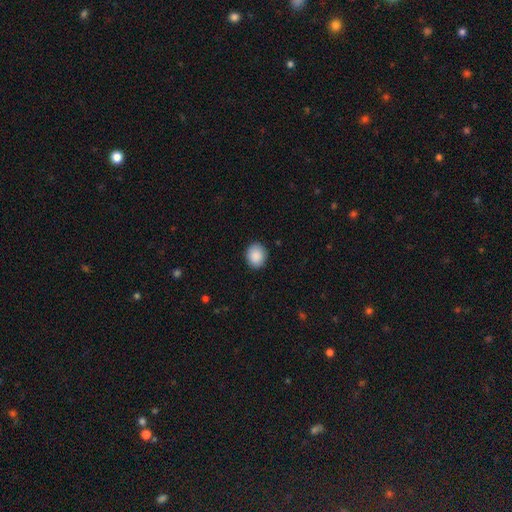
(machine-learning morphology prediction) Smooth or featured? smooth (90%)
How rounded? round (63%)
Merging? none (89%)